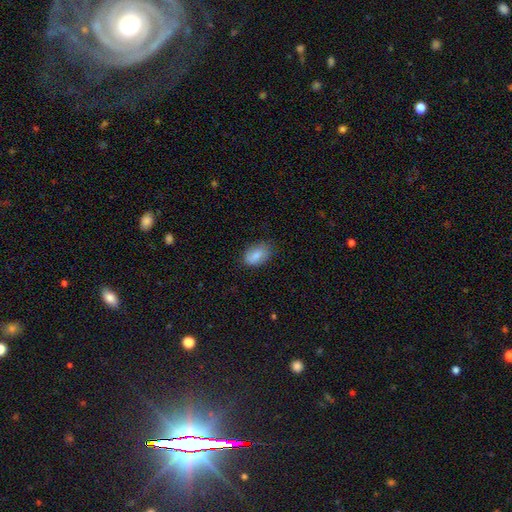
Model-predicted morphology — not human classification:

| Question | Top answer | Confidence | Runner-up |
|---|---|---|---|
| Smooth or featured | smooth | 82% | featured or disk (11%) |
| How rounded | in between | 89% | round (9%) |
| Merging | none | 73% | minor disturbance (22%) |